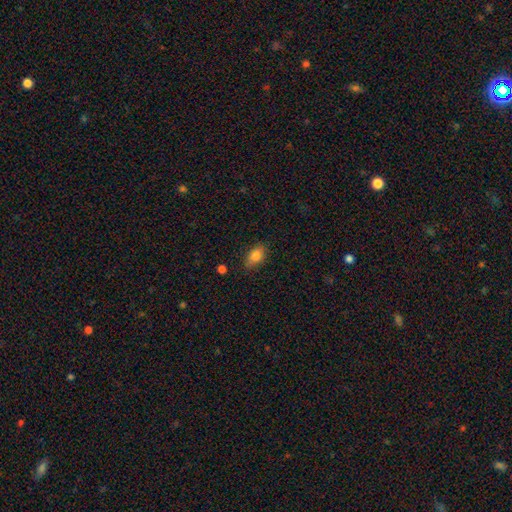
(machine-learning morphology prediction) type=smooth (82%); roundness=in between (84%); merging=none (81%).